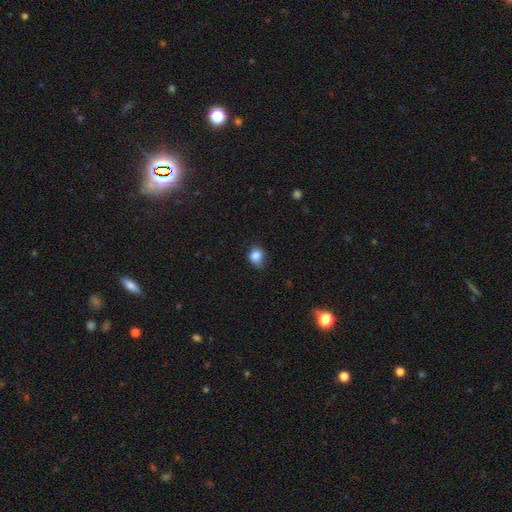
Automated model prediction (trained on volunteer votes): Smooth or featured? Predicted: smooth (p=0.84). How rounded? Predicted: round (p=0.61). Merging? Predicted: none (p=0.60).